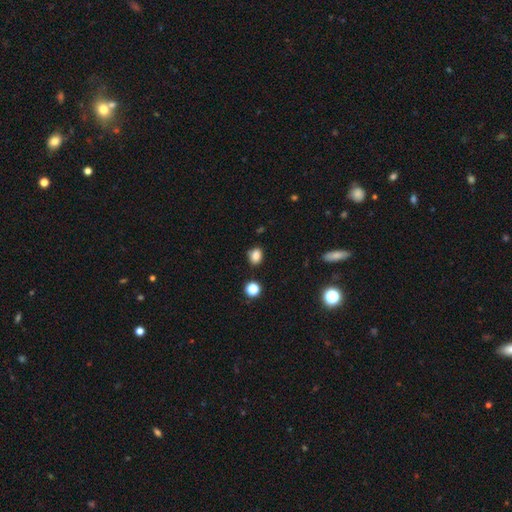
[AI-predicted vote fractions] A smooth galaxy with no disk features (83%) that is in between round and cigar-shaped (59%).

Vote fractions:
- Smooth or featured? smooth: 83% / star or artifact: 12% / featured or disk: 5%
- How rounded? in between: 59% / round: 40% / cigar-shaped: 1%
- Merging? none: 76% / minor disturbance: 16% / merger: 4% / major disturbance: 4%